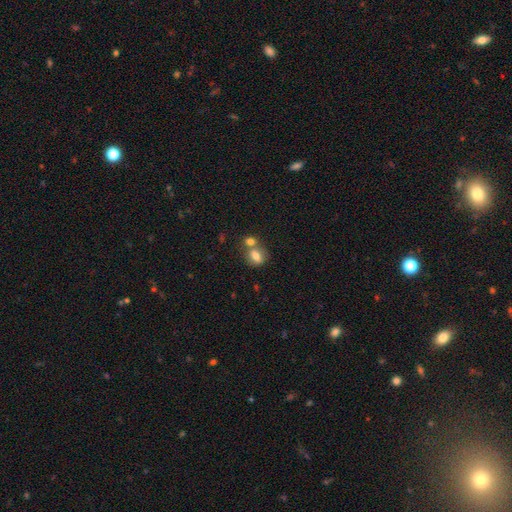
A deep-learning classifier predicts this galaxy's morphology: Smooth or featured: smooth — 76% (featured or disk — 15%)
How rounded: in between — 62% (round — 36%)
Merging: merger — 45% (none — 41%)